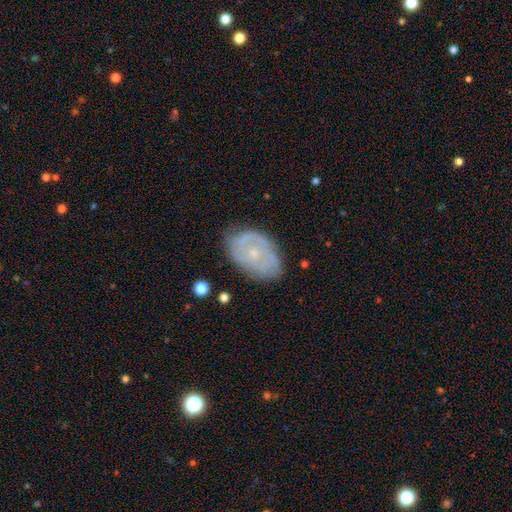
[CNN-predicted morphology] smooth_or_featured: featured or disk (p=0.62) [alt: smooth p=0.28]
disk_edge_on: no (p=0.94) [alt: yes p=0.06]
bar: no (p=0.82) [alt: weak p=0.15]
has_spiral_arms: yes (p=0.67) [alt: no p=0.33]
bulge_size: small (p=0.72) [alt: moderate p=0.24]
merging: none (p=0.78) [alt: minor disturbance p=0.16]